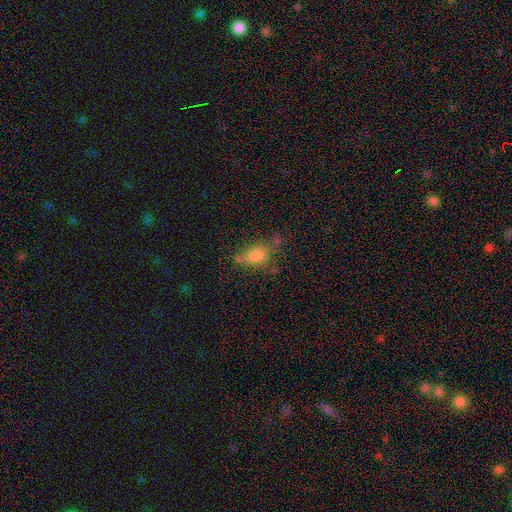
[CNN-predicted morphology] type=smooth (75%); roundness=in between (73%); merging=none (48%).